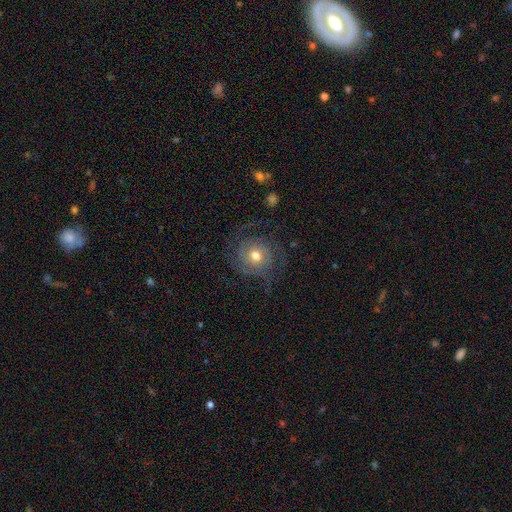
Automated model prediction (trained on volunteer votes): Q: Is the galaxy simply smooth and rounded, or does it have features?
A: featured or disk — 71%.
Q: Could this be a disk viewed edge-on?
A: no — 97%.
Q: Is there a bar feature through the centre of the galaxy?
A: no — 77%.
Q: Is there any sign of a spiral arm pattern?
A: yes — 90%.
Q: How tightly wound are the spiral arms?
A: medium — 40%.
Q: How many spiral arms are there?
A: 2 — 44%.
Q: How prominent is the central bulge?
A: moderate — 73%.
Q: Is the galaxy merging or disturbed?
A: none — 68%.